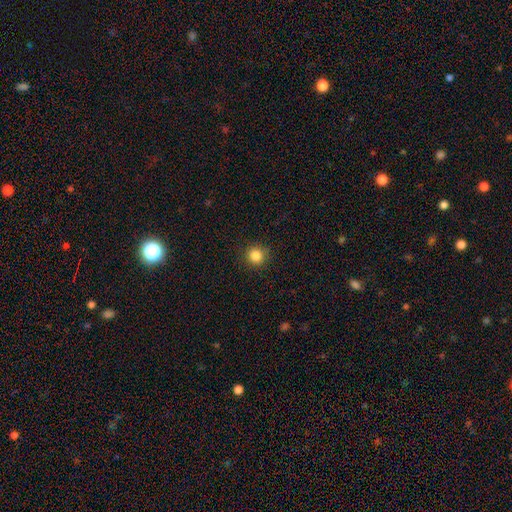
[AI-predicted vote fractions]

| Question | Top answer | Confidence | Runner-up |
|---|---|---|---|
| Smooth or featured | smooth | 85% | star or artifact (11%) |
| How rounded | round | 92% | in between (7%) |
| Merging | none | 89% | minor disturbance (7%) |